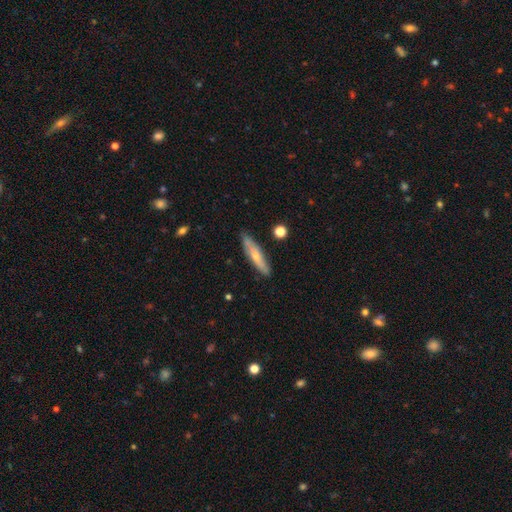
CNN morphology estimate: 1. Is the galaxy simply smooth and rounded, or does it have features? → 50% smooth, 43% featured or disk, 6% star or artifact.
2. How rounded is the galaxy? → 85% cigar-shaped, 13% in between, 2% round.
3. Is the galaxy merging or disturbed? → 86% none, 11% minor disturbance, 2% major disturbance, 2% merger.